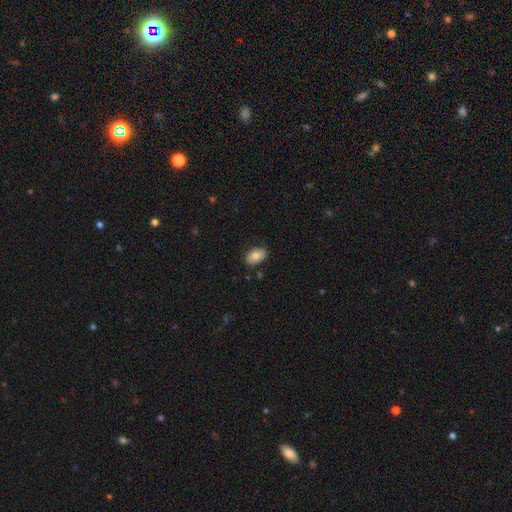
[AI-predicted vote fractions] Q: Smooth or featured?
A: smooth (78%); runner-up: featured or disk (15%)
Q: How rounded?
A: in between (89%); runner-up: round (10%)
Q: Merging?
A: none (84%); runner-up: minor disturbance (12%)